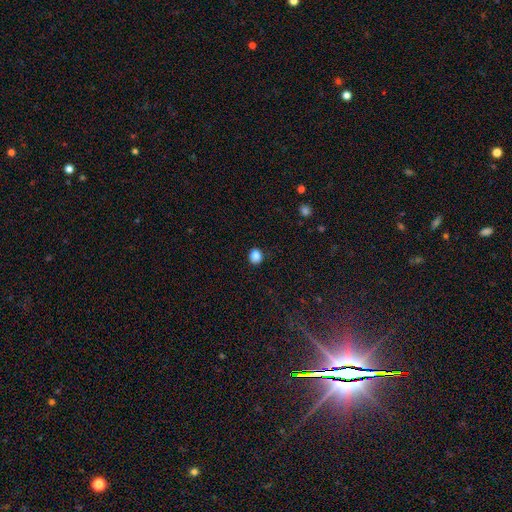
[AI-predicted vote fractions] Overall: smooth (86%). How rounded: round (78%). Merging: none (89%).